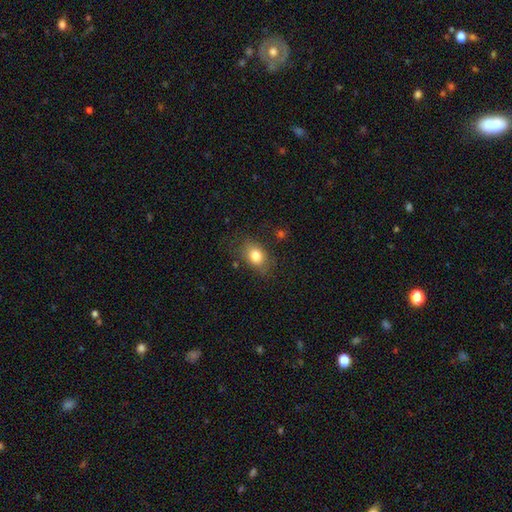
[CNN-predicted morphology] Overall: smooth (79%). How rounded: in between (71%). Merging: none (71%).